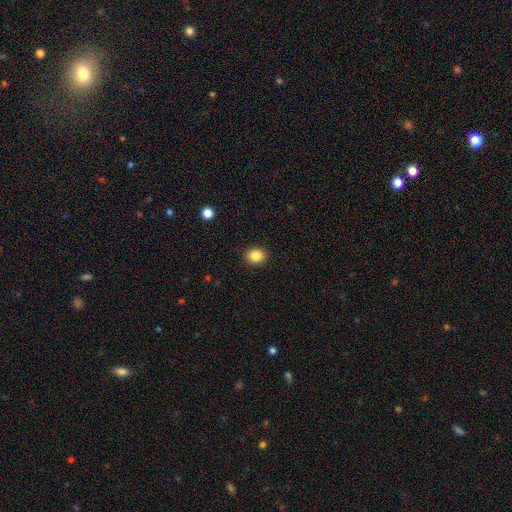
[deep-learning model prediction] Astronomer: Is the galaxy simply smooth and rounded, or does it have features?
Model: smooth — 85%.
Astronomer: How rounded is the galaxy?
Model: round — 60% (runner-up: in between, 39%).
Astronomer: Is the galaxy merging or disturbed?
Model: none — 90%.